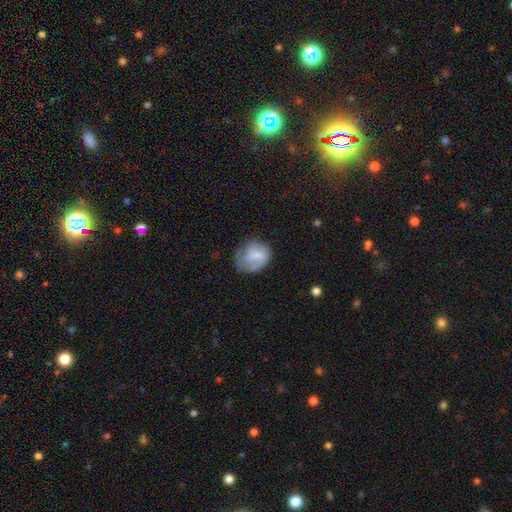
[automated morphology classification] type=smooth (60%); roundness=round (63%); merging=none (53%).